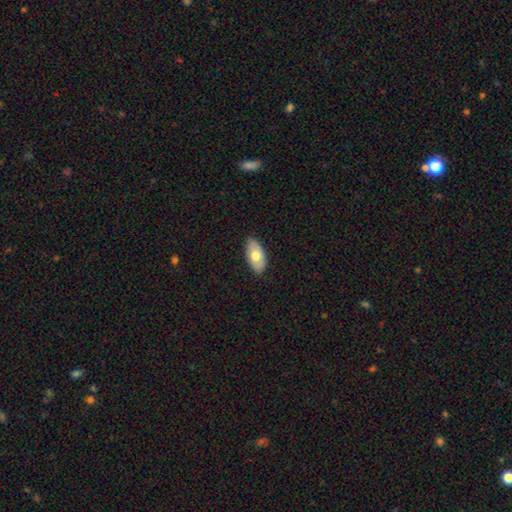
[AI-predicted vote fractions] This appears to be a smooth galaxy with no disk features (71%) that is in between round and cigar-shaped (94%). Merging: none (86%).